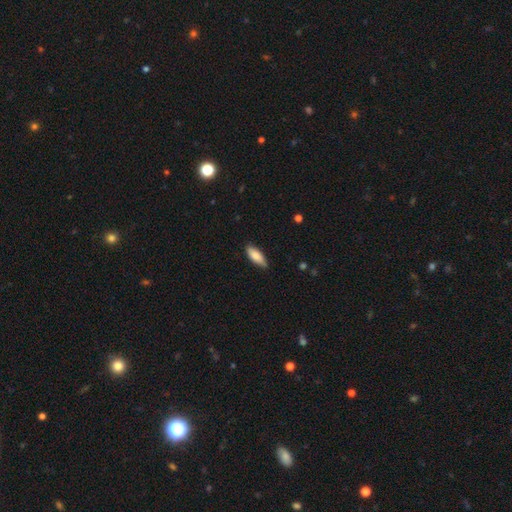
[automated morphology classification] smooth_or_featured: smooth (p=0.84) [alt: featured or disk p=0.10]
how_rounded: in between (p=0.72) [alt: cigar-shaped p=0.26]
merging: none (p=0.82) [alt: minor disturbance p=0.15]